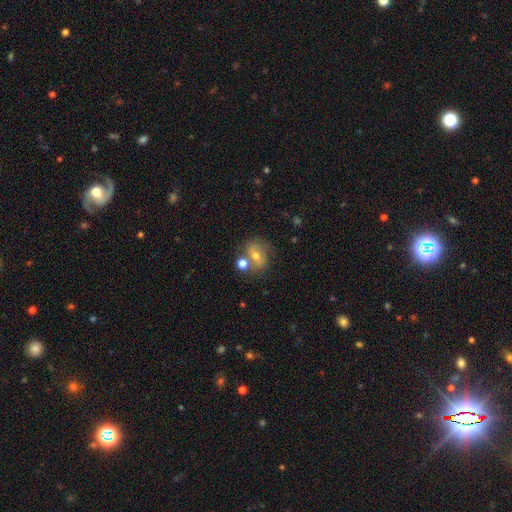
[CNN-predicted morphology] This appears to be a featured or disk galaxy (44%). Merging: none (56%).